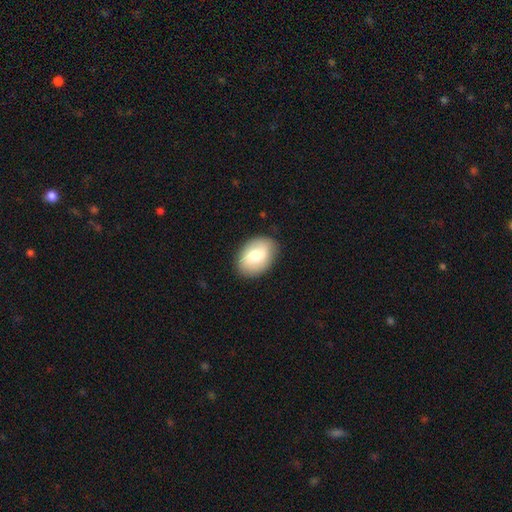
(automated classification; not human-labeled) Morphology: type=smooth (63%); roundness=in between (83%); merging=none (85%).